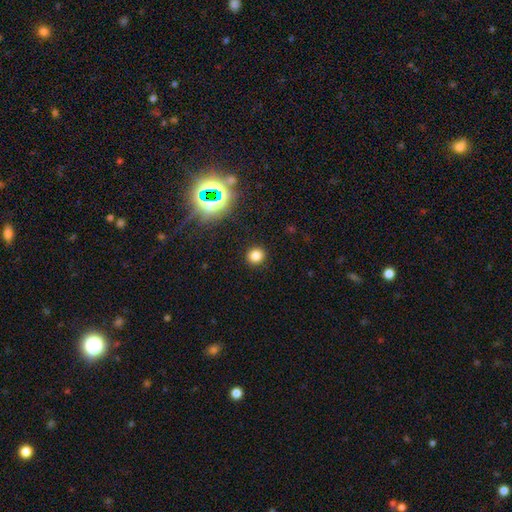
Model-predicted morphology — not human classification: smooth-or-featured: smooth: 77% | star or artifact: 17% | featured or disk: 5%
  how-rounded: round: 87% | in between: 12% | cigar-shaped: 1%
  merging: none: 91% | minor disturbance: 6% | major disturbance: 2% | merger: 1%